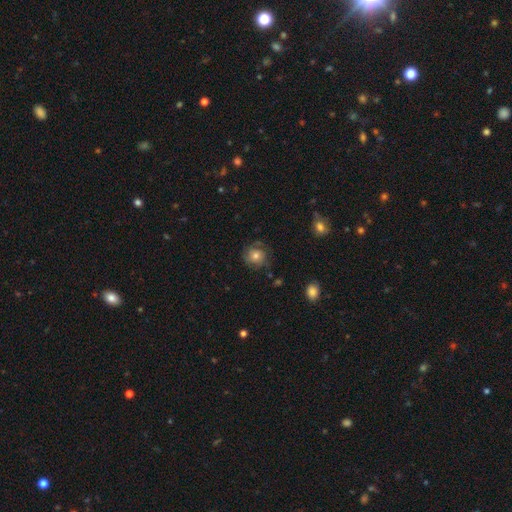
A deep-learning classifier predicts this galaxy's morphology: Smooth or featured? Predicted: smooth (p=0.49). Merging? Predicted: none (p=0.72).